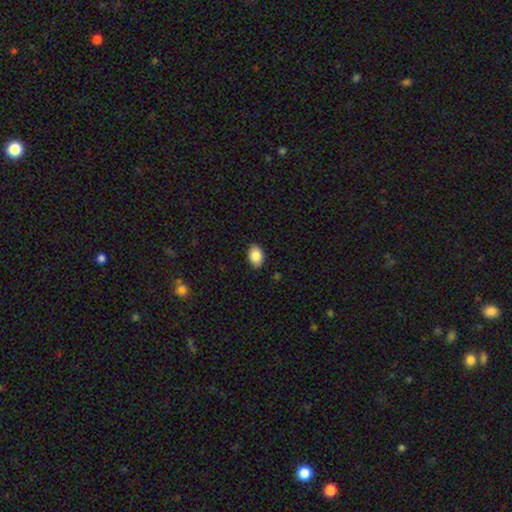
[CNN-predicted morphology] smooth_or_featured: smooth (p=0.85) [alt: star or artifact p=0.07]
how_rounded: in between (p=0.86) [alt: round p=0.13]
merging: none (p=0.87) [alt: minor disturbance p=0.10]